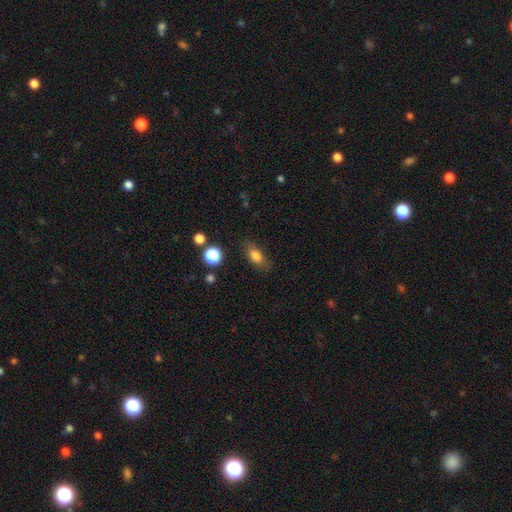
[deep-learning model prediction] Smooth or featured: smooth — 78% (featured or disk — 13%)
How rounded: in between — 78% (cigar-shaped — 12%)
Merging: none — 77% (minor disturbance — 16%)